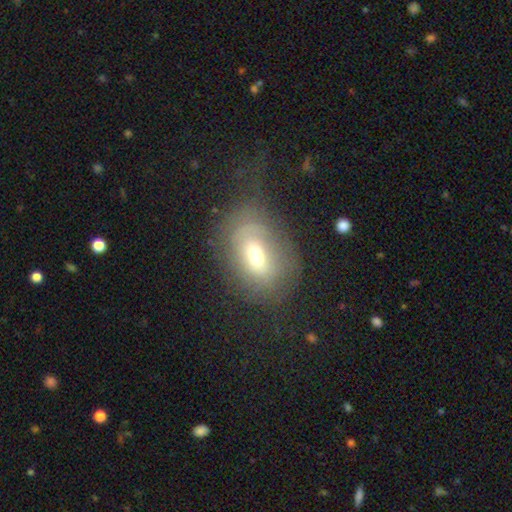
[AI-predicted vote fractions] A smooth galaxy with no disk features (50%) that is in between round and cigar-shaped (76%). Merging: none (51%).